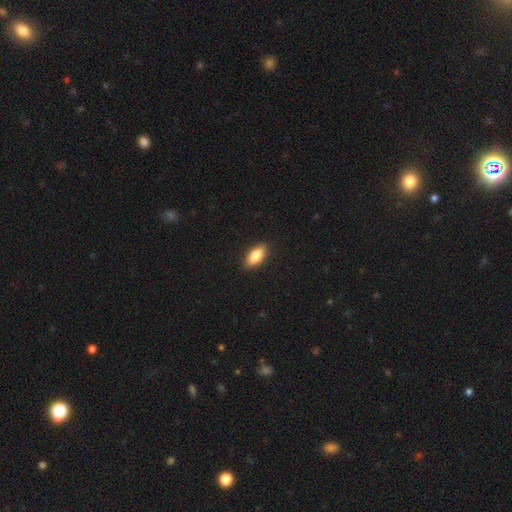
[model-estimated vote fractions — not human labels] A smooth galaxy with no disk features (84%) that is in between round and cigar-shaped (86%). Merging: none (90%).